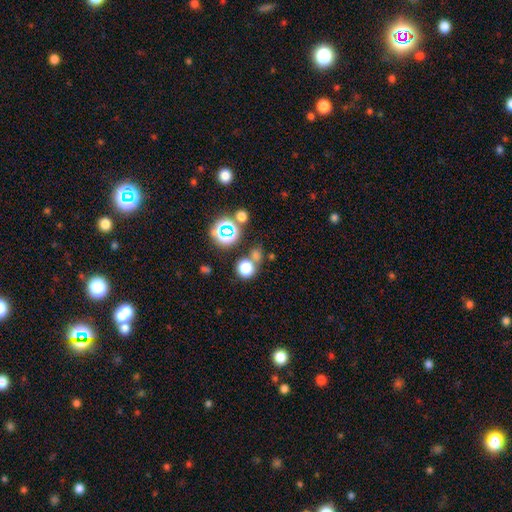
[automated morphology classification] Smooth or featured?
  - smooth: 66% *
  - star or artifact: 27%
  - featured or disk: 7%
How rounded?
  - round: 83% *
  - in between: 15%
  - cigar-shaped: 1%
Merging?
  - none: 64% *
  - merger: 23%
  - minor disturbance: 9%
  - major disturbance: 4%